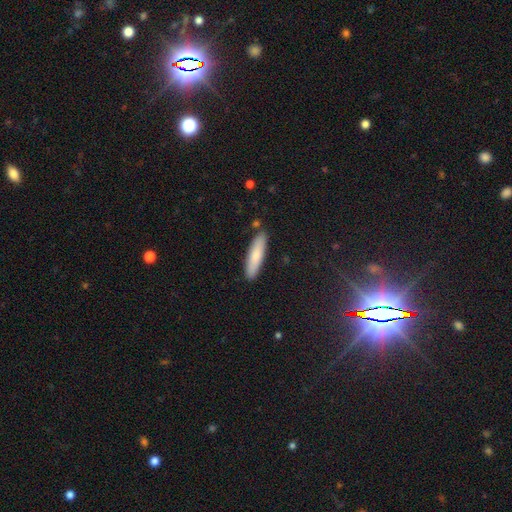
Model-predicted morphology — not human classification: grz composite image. It shows a smooth galaxy with no disk features (78%) that is cigar-shaped (75%). Merging: none (87%).